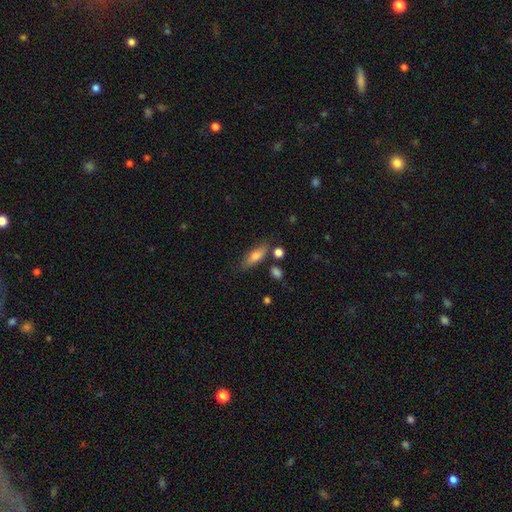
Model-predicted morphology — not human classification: smooth 75%, featured or disk 18%, star or artifact 7%. Down the decision tree: how rounded — in between (65%); merging — none (71%).